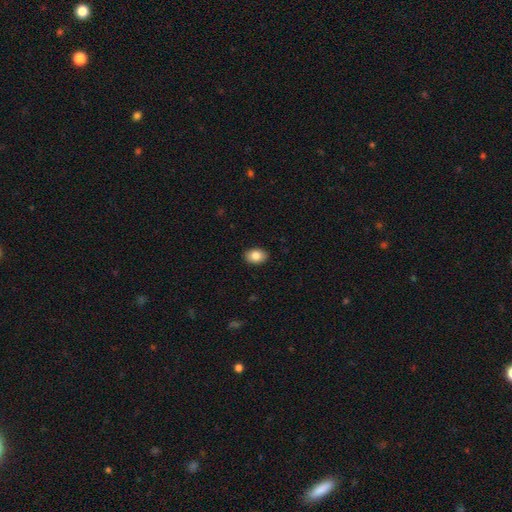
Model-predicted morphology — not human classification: A smooth galaxy with no disk features (85%) that is in between round and cigar-shaped (81%).

Vote fractions:
- Smooth or featured? smooth: 85% / star or artifact: 8% / featured or disk: 7%
- How rounded? in between: 81% / round: 18% / cigar-shaped: 1%
- Merging? none: 90% / minor disturbance: 7% / major disturbance: 2% / merger: 1%